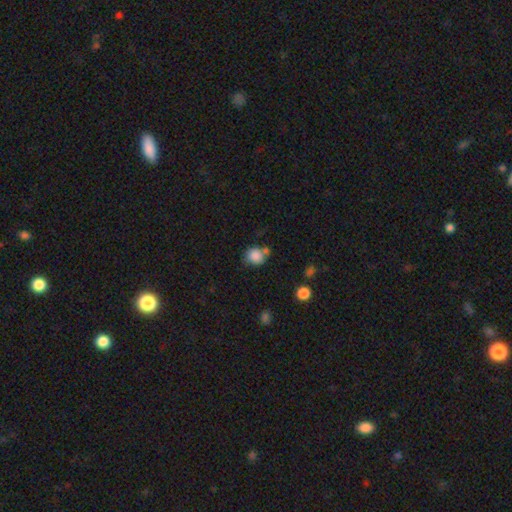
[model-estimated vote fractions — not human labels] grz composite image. It shows a smooth galaxy with no disk features (85%) that is round (80%). Merging: none (53%).